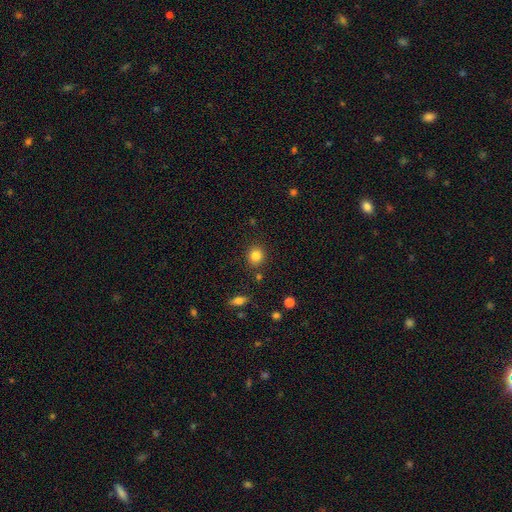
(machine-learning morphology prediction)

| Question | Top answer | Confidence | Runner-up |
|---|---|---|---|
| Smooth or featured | smooth | 84% | star or artifact (11%) |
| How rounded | round | 84% | in between (15%) |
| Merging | none | 87% | minor disturbance (7%) |